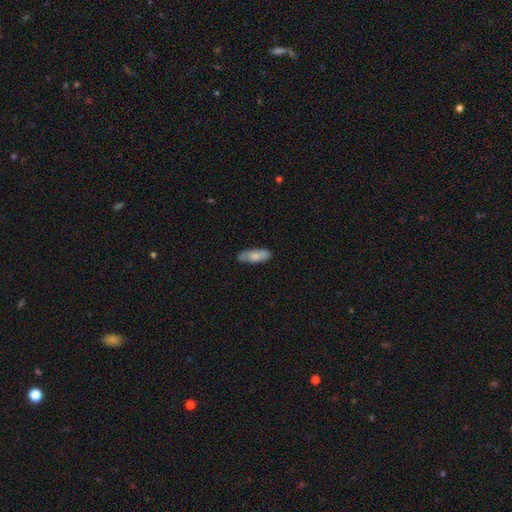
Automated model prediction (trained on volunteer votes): smooth 76%, featured or disk 19%, star or artifact 6%. Down the decision tree: how rounded — in between (64%); merging — none (80%).